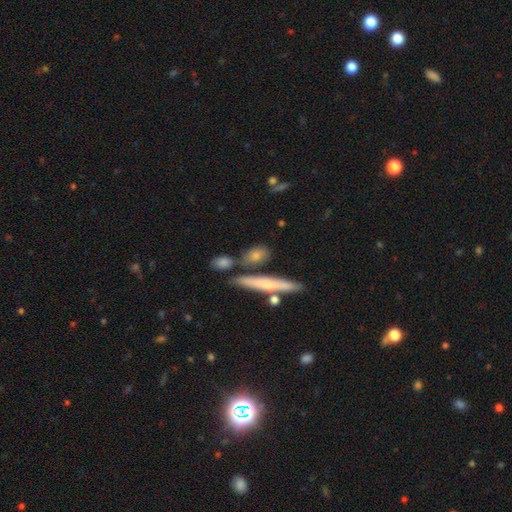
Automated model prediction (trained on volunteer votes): smooth_or_featured: smooth (p=0.72) [alt: featured or disk p=0.21]
how_rounded: in between (p=0.50) [alt: cigar-shaped p=0.36]
merging: none (p=0.64) [alt: merger p=0.16]